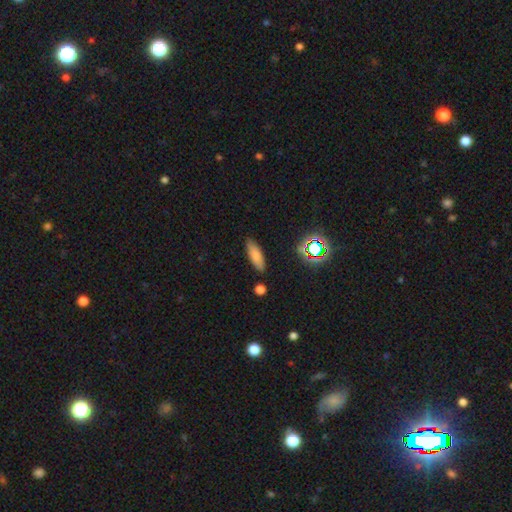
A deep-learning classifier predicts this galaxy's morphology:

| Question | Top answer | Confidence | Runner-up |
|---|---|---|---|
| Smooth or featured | smooth | 78% | star or artifact (11%) |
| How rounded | in between | 59% | cigar-shaped (39%) |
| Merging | none | 84% | minor disturbance (11%) |